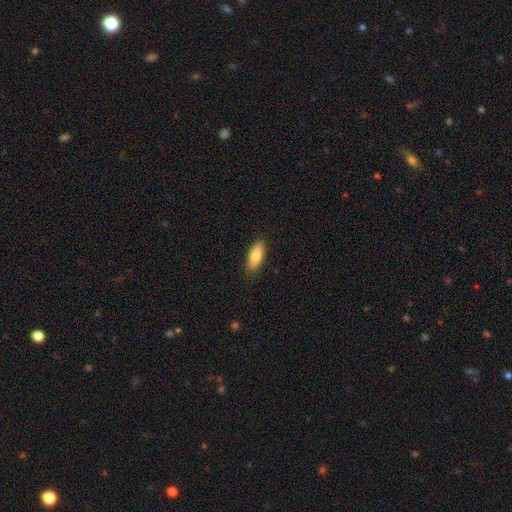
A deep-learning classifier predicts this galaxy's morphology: smooth-or-featured: smooth: 80% | featured or disk: 14% | star or artifact: 6%
  how-rounded: in between: 75% | cigar-shaped: 23% | round: 2%
  merging: none: 87% | minor disturbance: 10% | major disturbance: 2% | merger: 1%